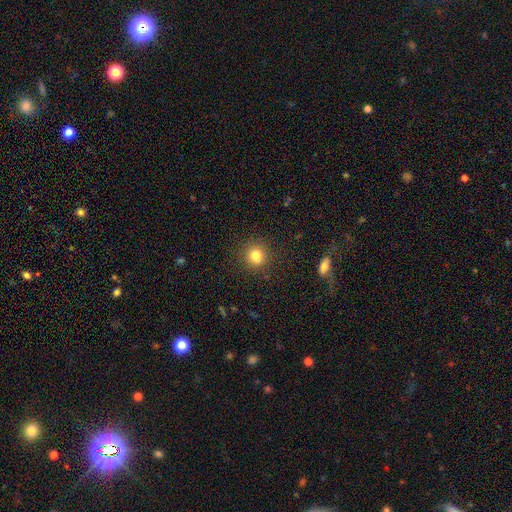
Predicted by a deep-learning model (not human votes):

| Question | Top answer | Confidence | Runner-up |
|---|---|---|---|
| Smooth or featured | smooth | 80% | star or artifact (13%) |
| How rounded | round | 87% | in between (12%) |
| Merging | none | 87% | minor disturbance (8%) |